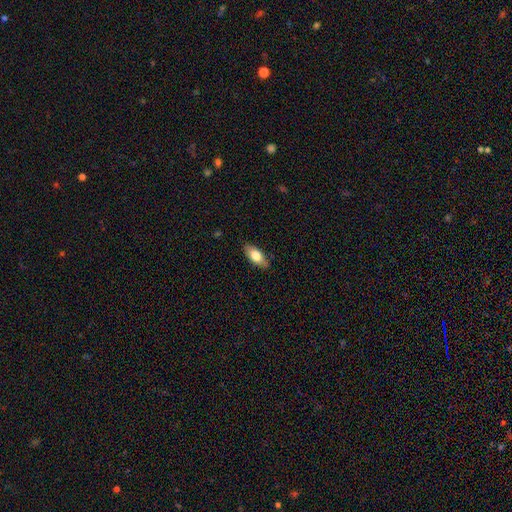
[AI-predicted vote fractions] Morphology: type=smooth (74%); roundness=in between (84%); merging=none (83%).